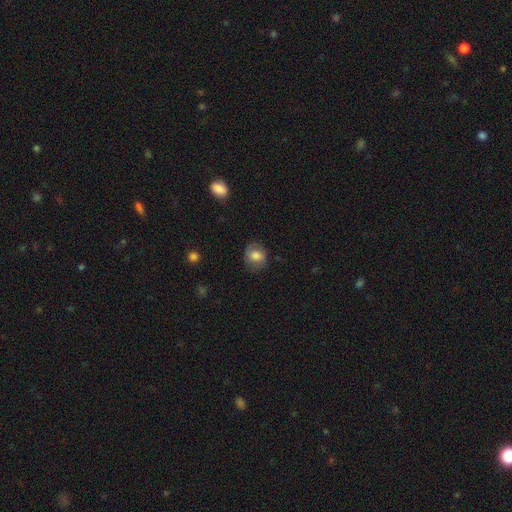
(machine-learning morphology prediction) Smooth or featured?
  - smooth: 71% *
  - featured or disk: 20%
  - star or artifact: 9%
How rounded?
  - round: 65% *
  - in between: 34%
  - cigar-shaped: 1%
Merging?
  - none: 72% *
  - minor disturbance: 19%
  - major disturbance: 7%
  - merger: 1%